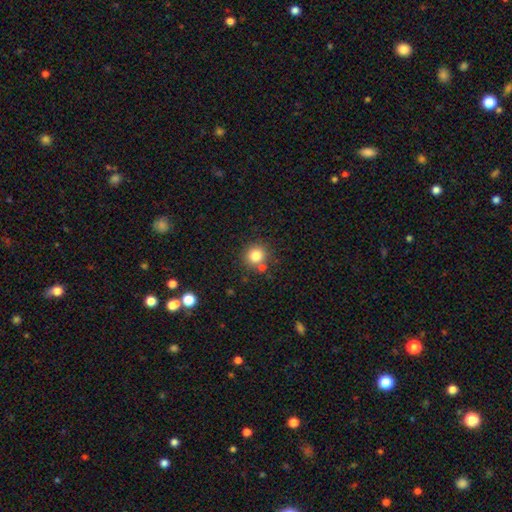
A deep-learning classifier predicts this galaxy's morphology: A smooth galaxy with no disk features (82%) that is round (91%).

Vote fractions:
- Smooth or featured? smooth: 82% / star or artifact: 12% / featured or disk: 7%
- How rounded? round: 91% / in between: 8% / cigar-shaped: 1%
- Merging? none: 79% / merger: 9% / minor disturbance: 9% / major disturbance: 3%